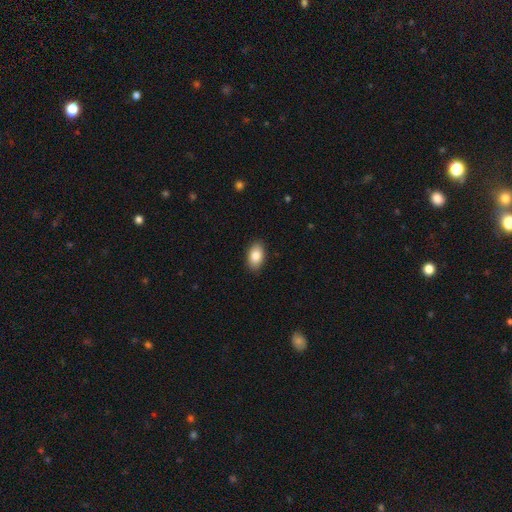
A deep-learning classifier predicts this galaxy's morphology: smooth-or-featured: smooth: 85% | featured or disk: 8% | star or artifact: 7%
  how-rounded: in between: 92% | round: 6% | cigar-shaped: 2%
  merging: none: 89% | minor disturbance: 8% | major disturbance: 2% | merger: 1%